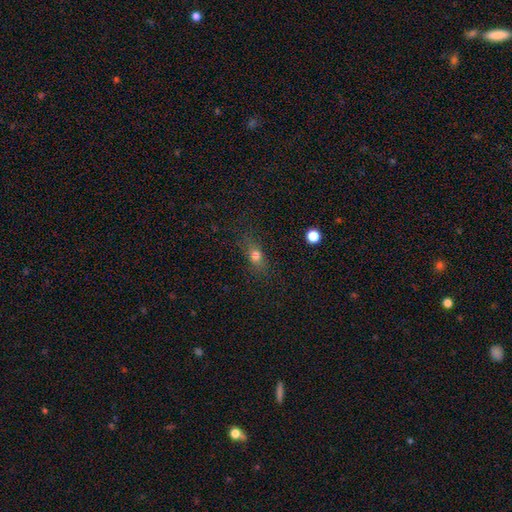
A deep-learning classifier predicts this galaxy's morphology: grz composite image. It shows a smooth galaxy with no disk features (71%) that is in between round and cigar-shaped (54%). Merging: none (74%).